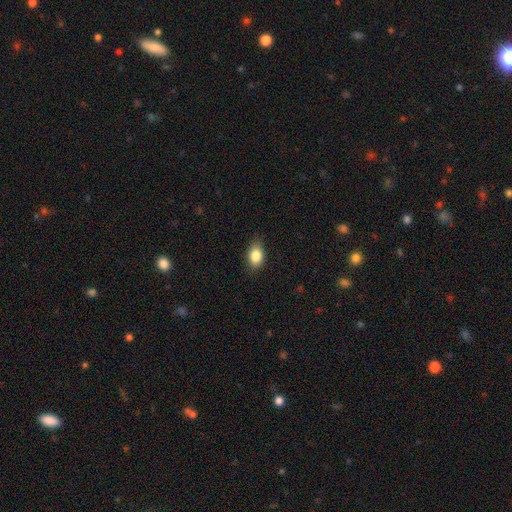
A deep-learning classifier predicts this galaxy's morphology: Overall: smooth (84%). How rounded: in between (82%). Merging: none (81%).